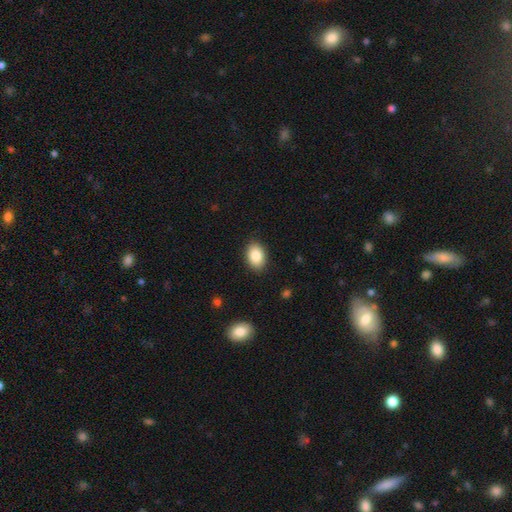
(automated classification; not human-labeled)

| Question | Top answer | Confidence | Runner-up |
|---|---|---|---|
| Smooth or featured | smooth | 87% | star or artifact (7%) |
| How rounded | in between | 83% | round (15%) |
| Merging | none | 88% | minor disturbance (9%) |